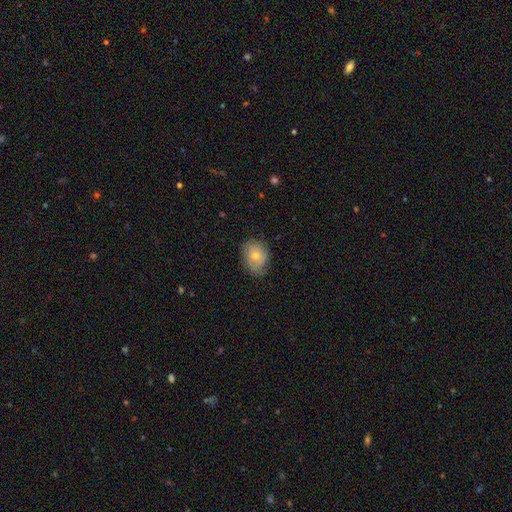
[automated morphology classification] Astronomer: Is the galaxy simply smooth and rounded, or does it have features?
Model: smooth — 66%.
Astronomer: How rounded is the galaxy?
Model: in between — 58% (runner-up: round, 41%).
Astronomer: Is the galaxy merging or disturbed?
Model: none — 65%.